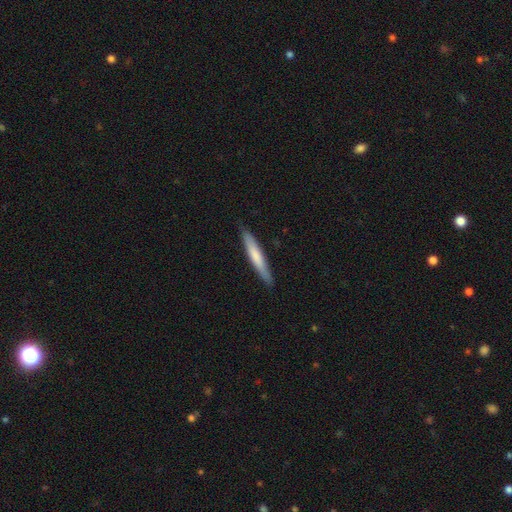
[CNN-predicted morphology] Smooth or featured? Predicted: smooth (p=0.68). How rounded? Predicted: cigar-shaped (p=0.94). Merging? Predicted: none (p=0.89).